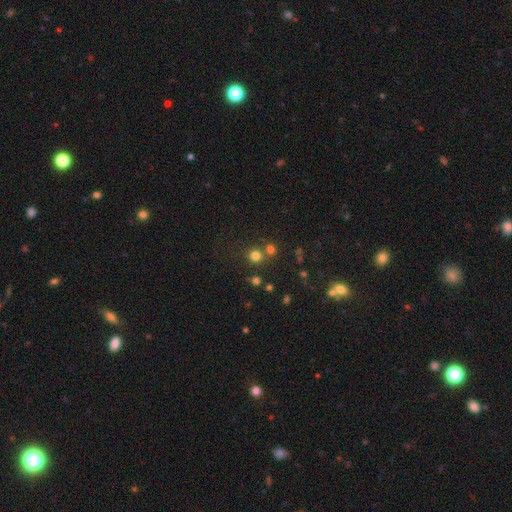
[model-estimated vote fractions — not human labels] The model was most divided on "merging": none: 67%, merger: 23%, minor disturbance: 7%, major disturbance: 3%. More confident: how rounded — round (89%); smooth or featured — smooth (72%).